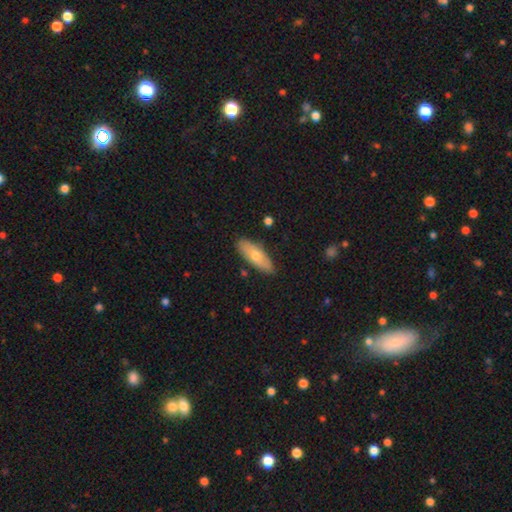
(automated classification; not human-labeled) smooth_or_featured: smooth (p=0.63) [alt: featured or disk p=0.30]
how_rounded: in between (p=0.70) [alt: cigar-shaped p=0.28]
merging: none (p=0.87) [alt: minor disturbance p=0.10]